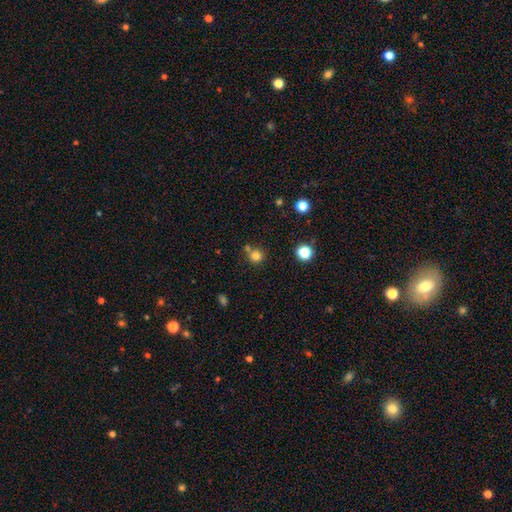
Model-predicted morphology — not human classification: smooth 79%, star or artifact 15%, featured or disk 7%. Down the decision tree: how rounded — round (91%); merging — none (63%).